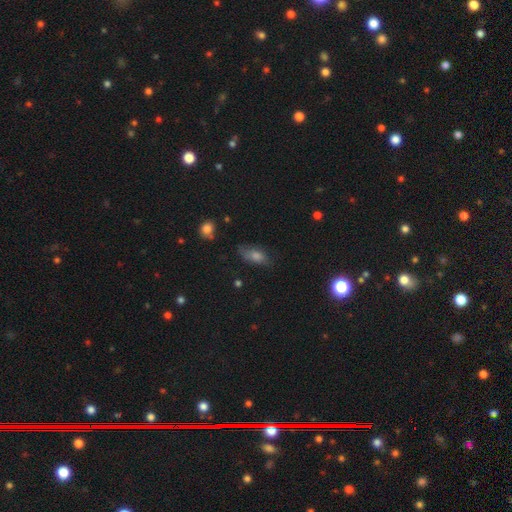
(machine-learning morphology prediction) A smooth galaxy with no disk features (61%) that is in between round and cigar-shaped (78%).

Vote fractions:
- Smooth or featured? smooth: 61% / featured or disk: 22% / star or artifact: 16%
- How rounded? in between: 78% / cigar-shaped: 15% / round: 7%
- Merging? none: 63% / minor disturbance: 26% / major disturbance: 8% / merger: 2%